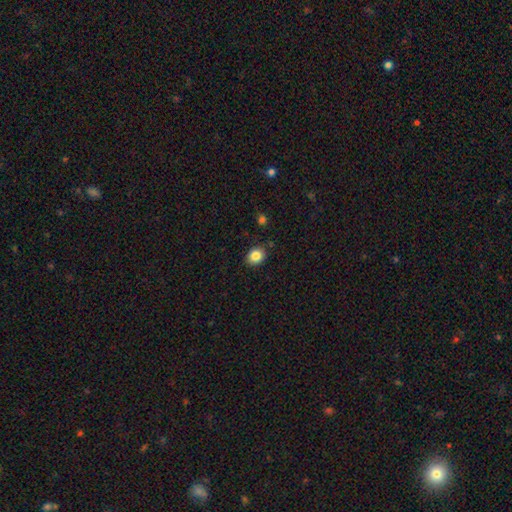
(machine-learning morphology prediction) A smooth galaxy with no disk features (85%) that is round (58%). Merging: none (87%).